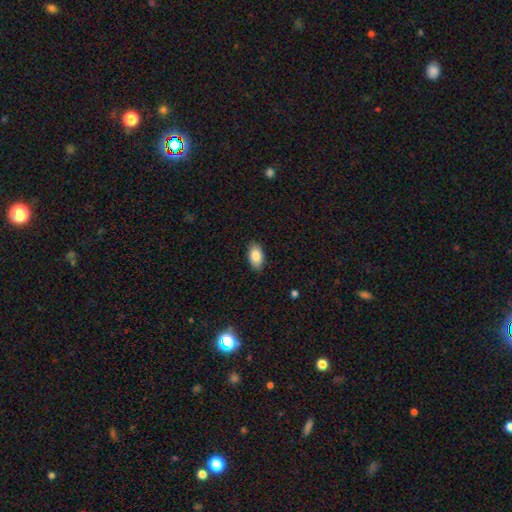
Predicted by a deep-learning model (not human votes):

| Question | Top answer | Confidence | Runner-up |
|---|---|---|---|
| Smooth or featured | smooth | 85% | featured or disk (8%) |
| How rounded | in between | 93% | round (4%) |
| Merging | none | 87% | minor disturbance (10%) |